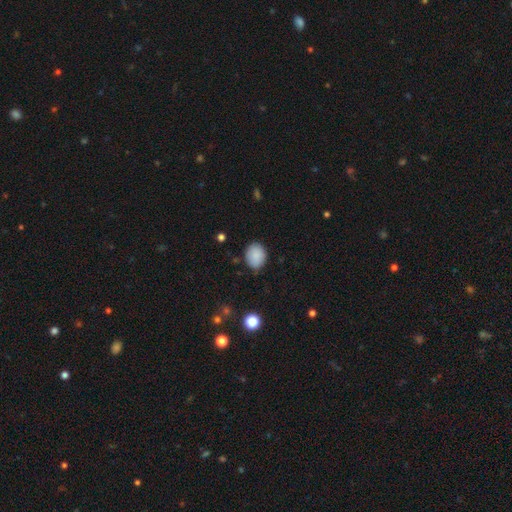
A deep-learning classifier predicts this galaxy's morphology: Smooth or featured: smooth — 87% (star or artifact — 8%)
How rounded: in between — 51% (round — 48%)
Merging: none — 80% (minor disturbance — 16%)